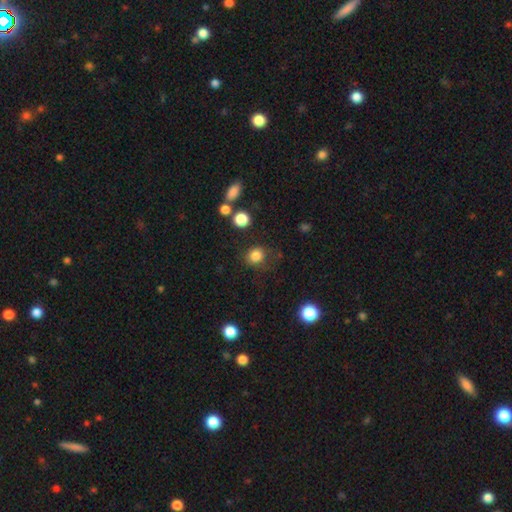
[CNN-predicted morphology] A smooth galaxy with no disk features (83%) that is round (79%).

Vote fractions:
- Smooth or featured? smooth: 83% / star or artifact: 12% / featured or disk: 5%
- How rounded? round: 79% / in between: 20% / cigar-shaped: 1%
- Merging? none: 76% / minor disturbance: 14% / major disturbance: 7% / merger: 3%